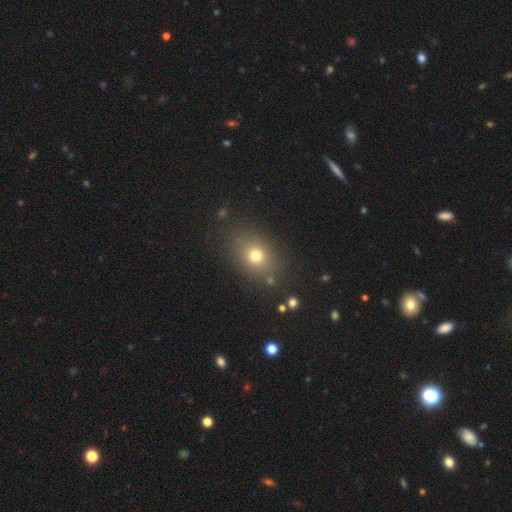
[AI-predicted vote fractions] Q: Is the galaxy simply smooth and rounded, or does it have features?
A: smooth — 72%.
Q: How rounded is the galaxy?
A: in between — 55%.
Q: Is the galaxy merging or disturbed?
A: none — 82%.